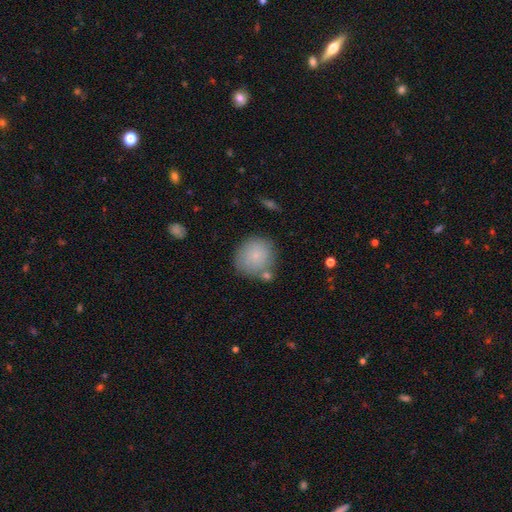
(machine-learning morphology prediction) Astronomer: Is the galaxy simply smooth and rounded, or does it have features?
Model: smooth — 78%.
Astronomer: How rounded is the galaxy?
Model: round — 88%.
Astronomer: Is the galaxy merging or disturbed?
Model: none — 67%.